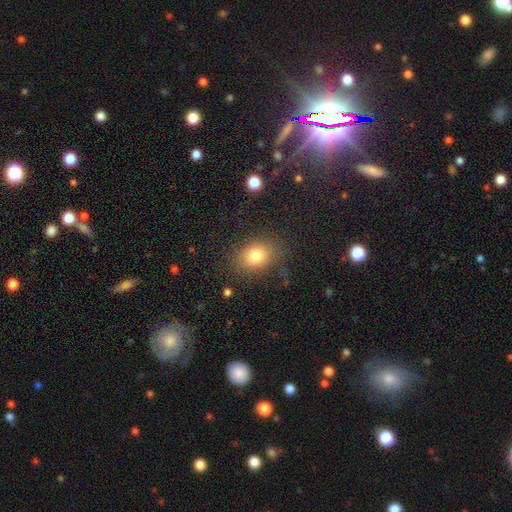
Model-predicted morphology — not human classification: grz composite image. It shows a smooth galaxy with no disk features (78%) that is in between round and cigar-shaped (58%). Merging: none (77%).